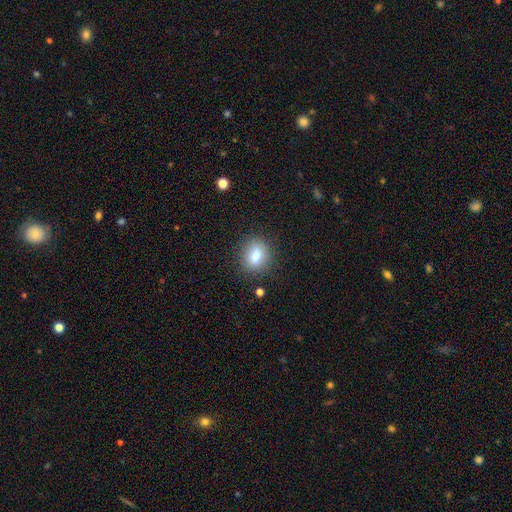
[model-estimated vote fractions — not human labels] smooth_or_featured: smooth (p=0.81) [alt: star or artifact p=0.10]
how_rounded: round (p=0.54) [alt: in between p=0.44]
merging: none (p=0.84) [alt: minor disturbance p=0.11]